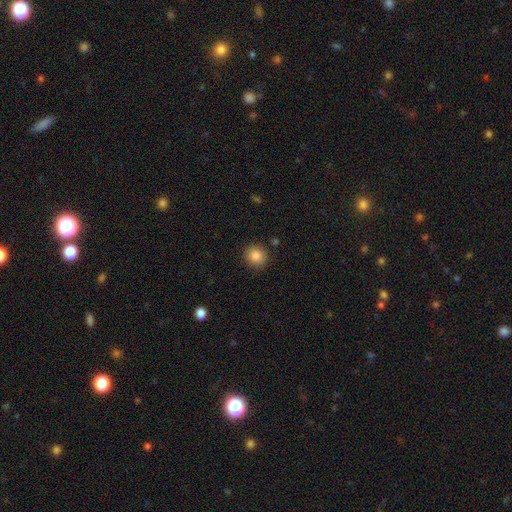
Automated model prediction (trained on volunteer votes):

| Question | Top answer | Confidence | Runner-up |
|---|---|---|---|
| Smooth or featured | smooth | 86% | star or artifact (10%) |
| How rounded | round | 90% | in between (9%) |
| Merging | none | 89% | minor disturbance (7%) |